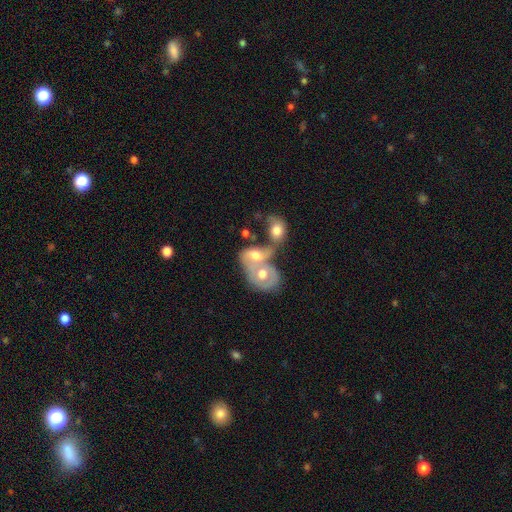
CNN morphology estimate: Smooth or featured: featured or disk — 58% (smooth — 35%)
Edge-on disk: no — 96% (yes — 4%)
Bar: no — 80% (weak — 16%)
Spiral arms: yes — 58% (no — 42%)
Bulge size: moderate — 69% (large — 17%)
Merging: merger — 79% (none — 9%)